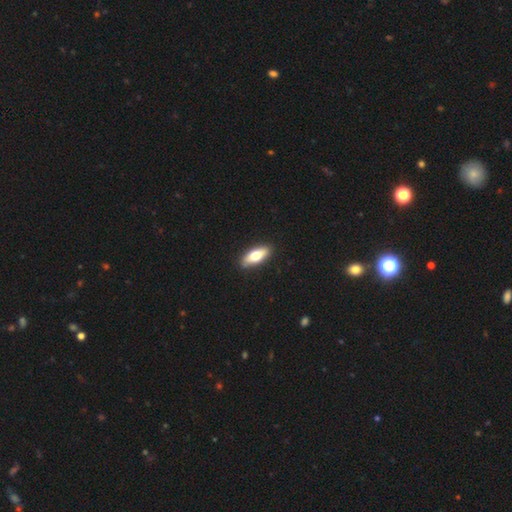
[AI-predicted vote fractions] smooth_or_featured: smooth (p=0.64) [alt: featured or disk p=0.30]
how_rounded: in between (p=0.69) [alt: cigar-shaped p=0.28]
merging: none (p=0.89) [alt: minor disturbance p=0.08]